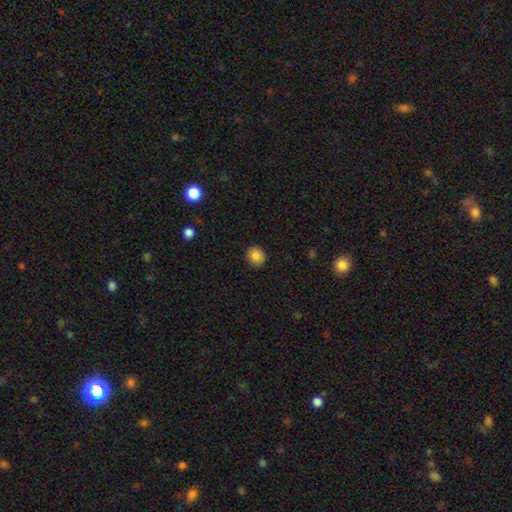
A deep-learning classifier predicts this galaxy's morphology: smooth 85%, star or artifact 9%, featured or disk 6%. Down the decision tree: how rounded — round (80%); merging — none (90%).